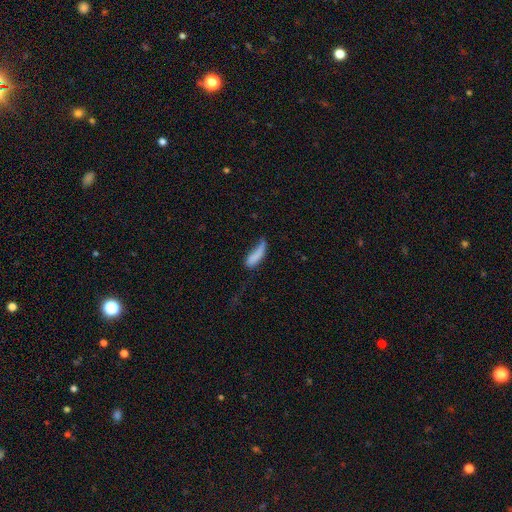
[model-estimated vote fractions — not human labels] A smooth galaxy with no disk features (75%) that is in between round and cigar-shaped (49%). Merging: major disturbance (36%).